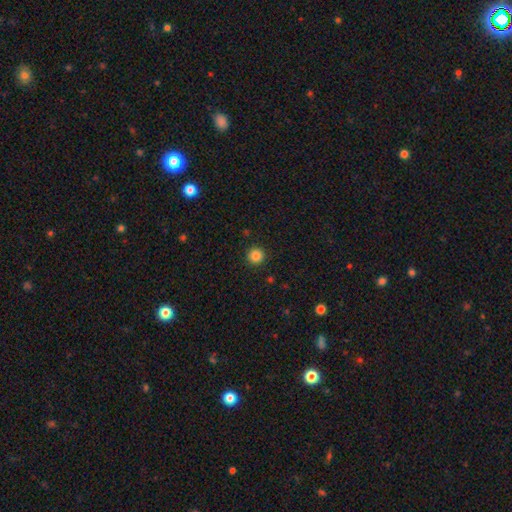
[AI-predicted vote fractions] Morphology: type=smooth (85%); roundness=round (95%); merging=none (92%).